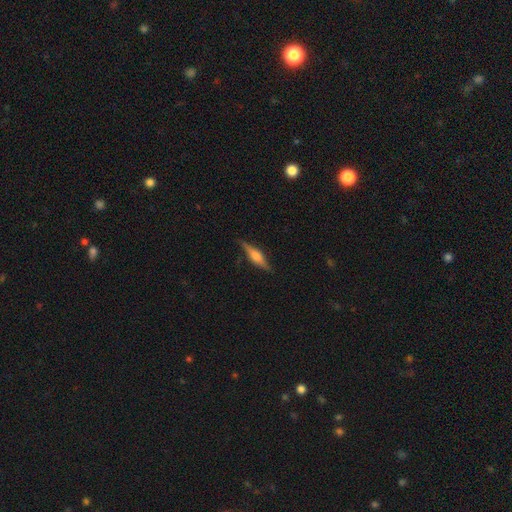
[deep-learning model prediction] Smooth or featured? Predicted: featured or disk (p=0.67). Edge-on disk? Predicted: yes (p=0.96). Edge-on bulge? Predicted: rounded (p=0.77). Merging? Predicted: none (p=0.83).